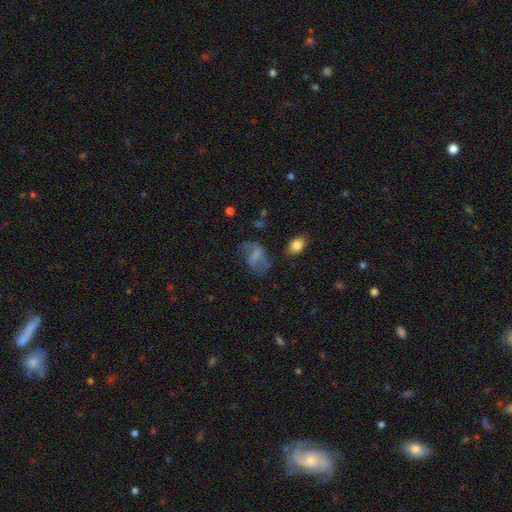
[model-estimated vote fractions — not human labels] Q: Smooth or featured?
A: featured or disk (50%); runner-up: smooth (38%)
Q: Merging?
A: none (47%); runner-up: major disturbance (27%)